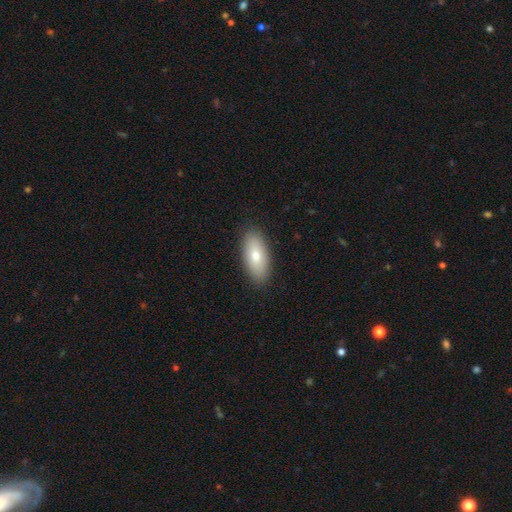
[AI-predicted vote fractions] Smooth or featured? smooth (76%)
How rounded? in between (86%)
Merging? none (89%)